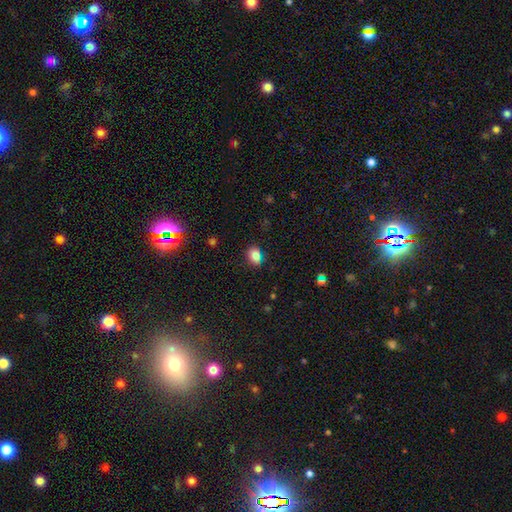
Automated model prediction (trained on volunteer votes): Smooth or featured?
  - smooth: 83% *
  - star or artifact: 12%
  - featured or disk: 5%
How rounded?
  - in between: 66% *
  - round: 33%
  - cigar-shaped: 1%
Merging?
  - none: 77% *
  - minor disturbance: 16%
  - major disturbance: 4%
  - merger: 3%